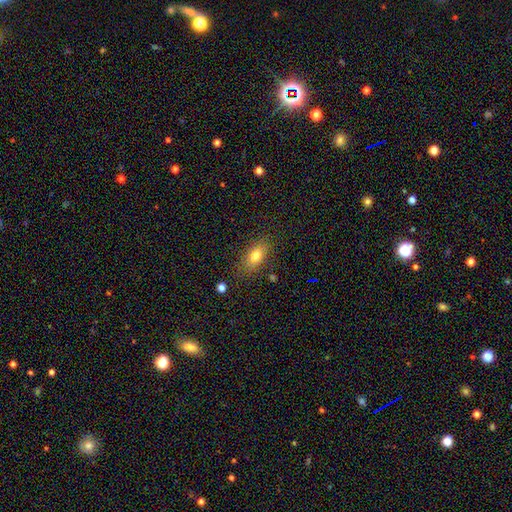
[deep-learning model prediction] The model was most divided on "smooth or featured": smooth: 76%, featured or disk: 14%, star or artifact: 10%. More confident: how rounded — in between (82%); merging — none (82%).